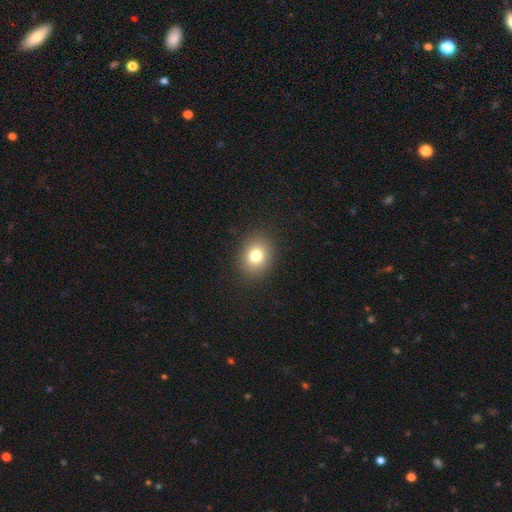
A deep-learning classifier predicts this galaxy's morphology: A smooth galaxy with no disk features (79%) that is round (52%).

Vote fractions:
- Smooth or featured? smooth: 79% / star or artifact: 12% / featured or disk: 9%
- How rounded? round: 52% / in between: 47% / cigar-shaped: 1%
- Merging? none: 89% / minor disturbance: 7% / major disturbance: 3% / merger: 1%